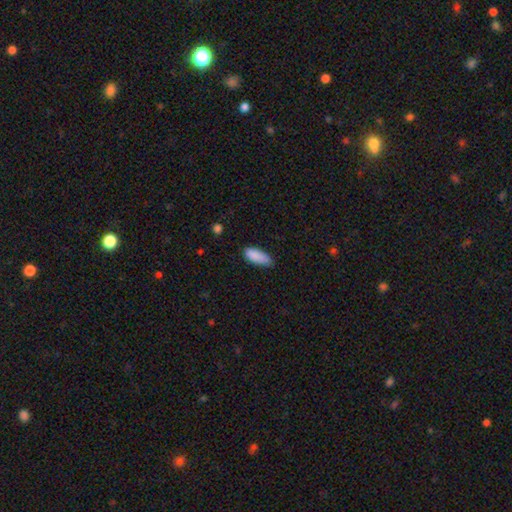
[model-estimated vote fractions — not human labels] Smooth or featured? smooth (89%)
How rounded? in between (78%)
Merging? none (67%)